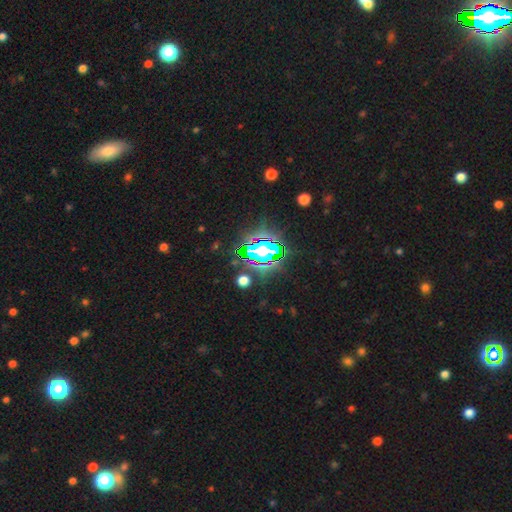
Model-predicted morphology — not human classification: This appears to be a star or artifact, not a galaxy (76%).